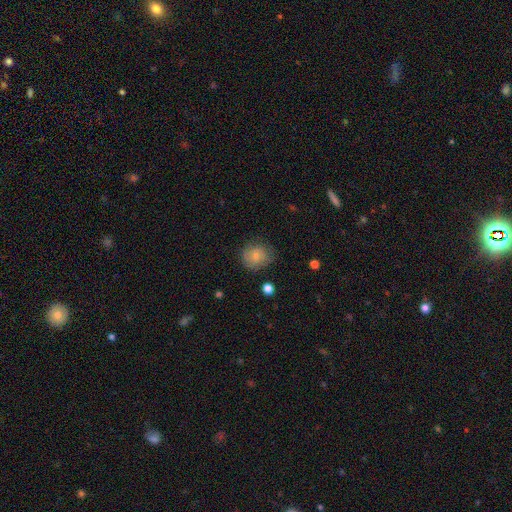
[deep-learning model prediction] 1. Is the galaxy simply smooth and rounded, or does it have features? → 79% smooth, 13% featured or disk, 8% star or artifact.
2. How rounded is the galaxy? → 82% round, 17% in between, 1% cigar-shaped.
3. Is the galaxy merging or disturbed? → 73% none, 20% minor disturbance, 6% major disturbance, 1% merger.